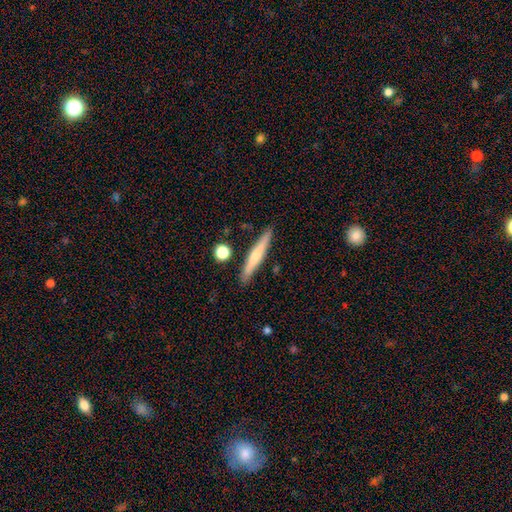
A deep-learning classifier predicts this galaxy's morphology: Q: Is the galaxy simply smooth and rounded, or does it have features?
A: smooth — 53%.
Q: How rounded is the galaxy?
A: cigar-shaped — 94%.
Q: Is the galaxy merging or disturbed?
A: none — 88%.